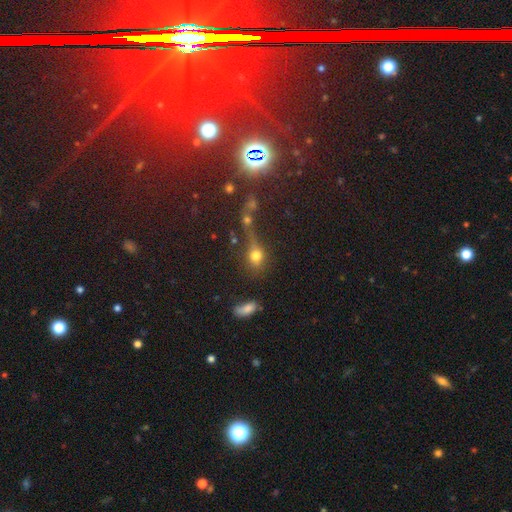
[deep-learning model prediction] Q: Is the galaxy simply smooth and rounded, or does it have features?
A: smooth — 65%.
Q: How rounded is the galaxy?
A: round — 57%.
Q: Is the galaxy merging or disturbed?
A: none — 35%.